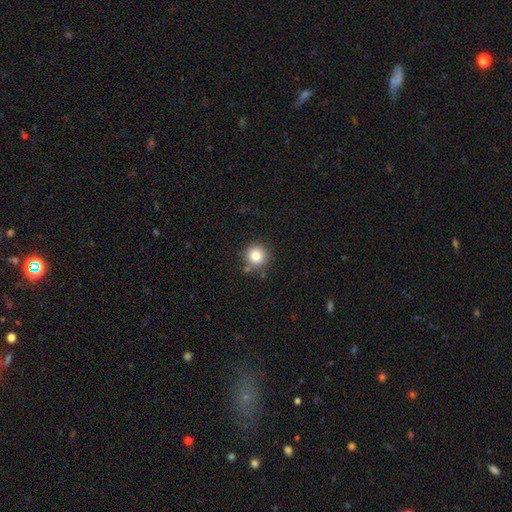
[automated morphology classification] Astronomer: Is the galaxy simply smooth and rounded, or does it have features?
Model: smooth — 84%.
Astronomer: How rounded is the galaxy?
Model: round — 94%.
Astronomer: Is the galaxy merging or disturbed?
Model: none — 82%.